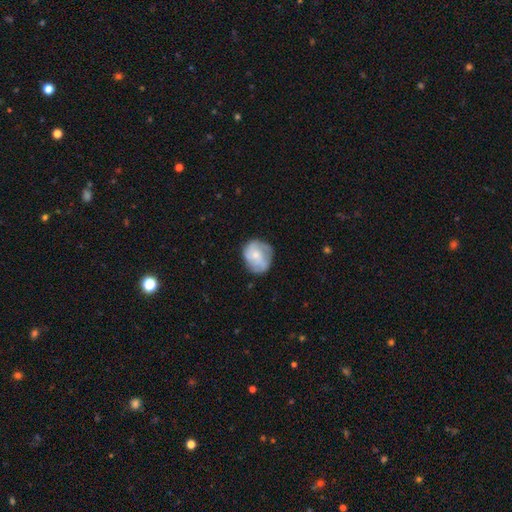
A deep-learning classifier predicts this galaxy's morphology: smooth_or_featured: smooth (p=0.50) [alt: featured or disk p=0.44]
merging: none (p=0.64) [alt: minor disturbance p=0.25]